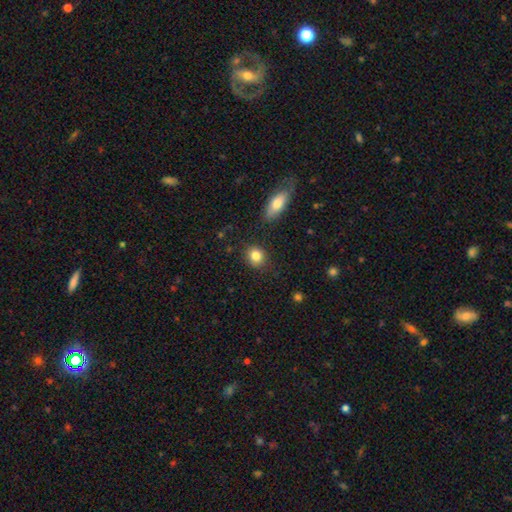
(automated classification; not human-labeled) smooth_or_featured: smooth (p=0.84) [alt: star or artifact p=0.09]
how_rounded: round (p=0.70) [alt: in between p=0.29]
merging: none (p=0.85) [alt: minor disturbance p=0.10]